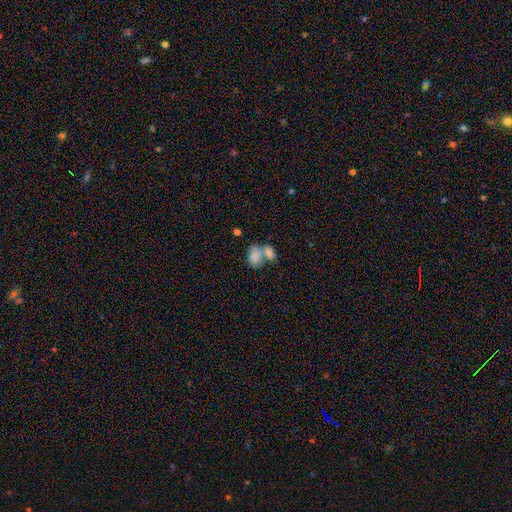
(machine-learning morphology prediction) Smooth or featured? smooth (79%)
How rounded? in between (80%)
Merging? merger (64%)